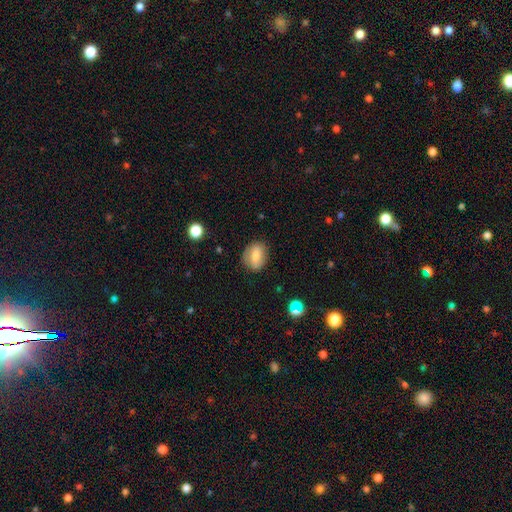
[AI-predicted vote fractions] A smooth galaxy with no disk features (70%) that is in between round and cigar-shaped (64%). Merging: none (78%).